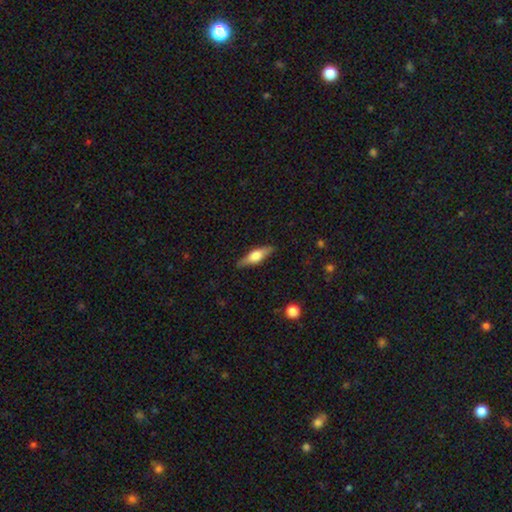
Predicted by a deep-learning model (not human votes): This appears to be a featured or disk galaxy (49%). Merging: none (87%).